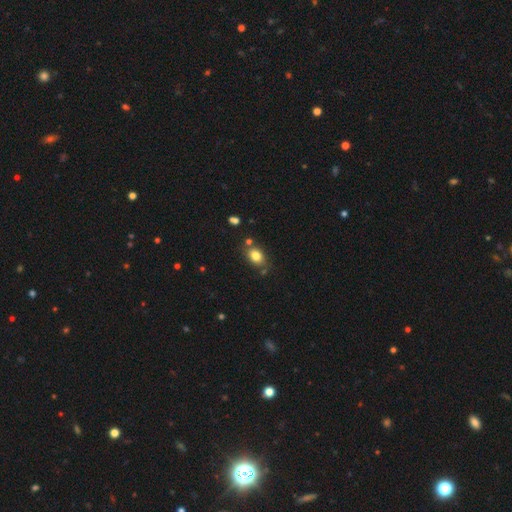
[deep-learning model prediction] A smooth galaxy with no disk features (81%) that is in between round and cigar-shaped (70%). Merging: none (73%).